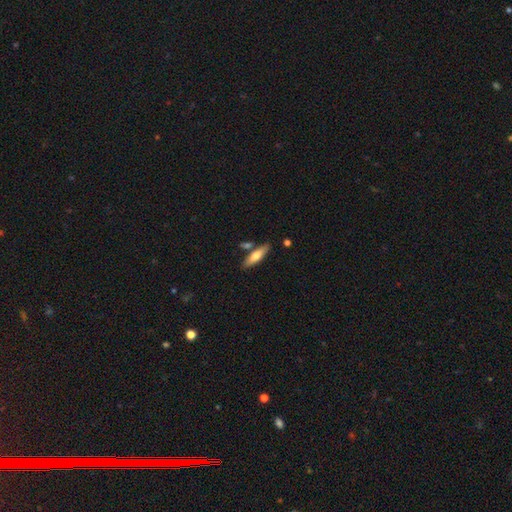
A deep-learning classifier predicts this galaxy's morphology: smooth 62%, featured or disk 33%, star or artifact 6%. Down the decision tree: how rounded — cigar-shaped (65%); merging — none (75%).